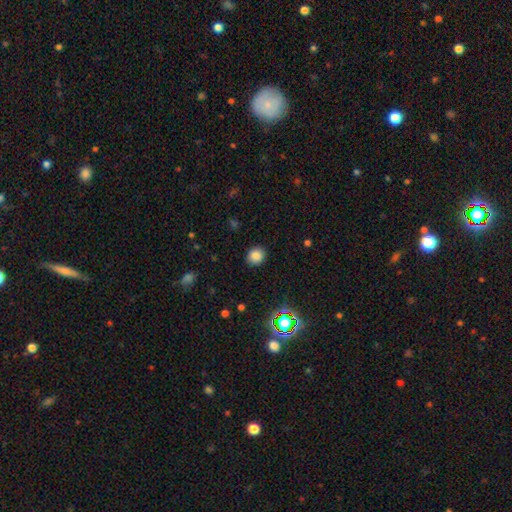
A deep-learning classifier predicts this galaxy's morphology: A smooth galaxy with no disk features (83%) that is round (78%). Merging: none (88%).